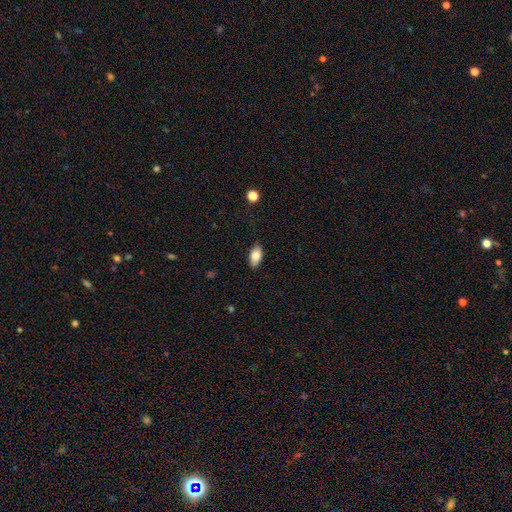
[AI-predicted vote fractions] This is clearly a smooth galaxy (80%). How rounded: clearly in between (91%). Merging: clearly none (84%).